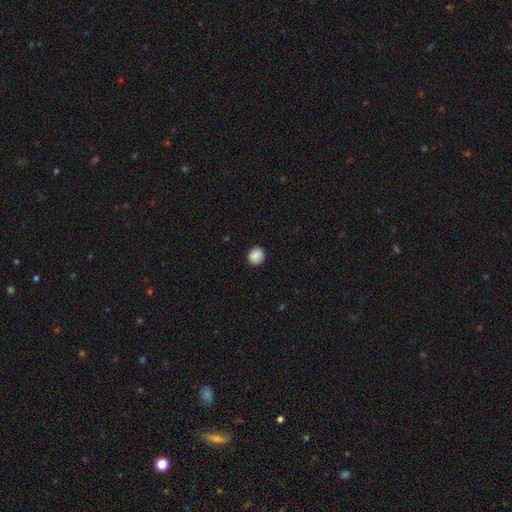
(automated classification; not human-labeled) Morphology: type=smooth (89%); roundness=round (88%); merging=none (89%).